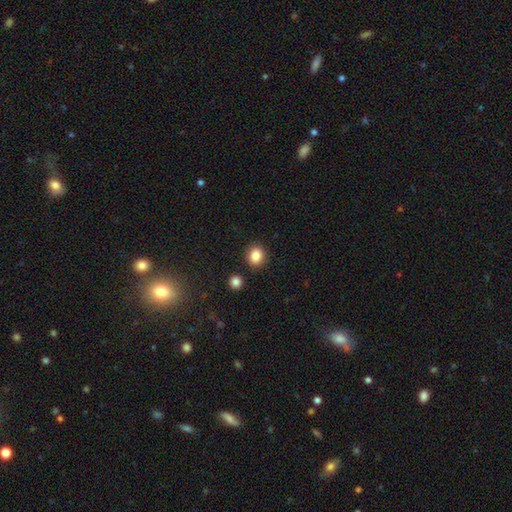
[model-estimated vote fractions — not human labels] A smooth galaxy with no disk features (86%) that is round (68%). Merging: none (86%).